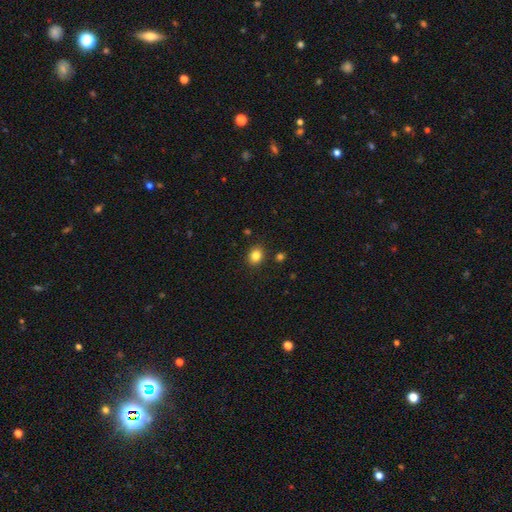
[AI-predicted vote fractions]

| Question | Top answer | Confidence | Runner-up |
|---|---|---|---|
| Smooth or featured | smooth | 84% | star or artifact (11%) |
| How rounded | round | 59% | in between (40%) |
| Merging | none | 88% | minor disturbance (8%) |